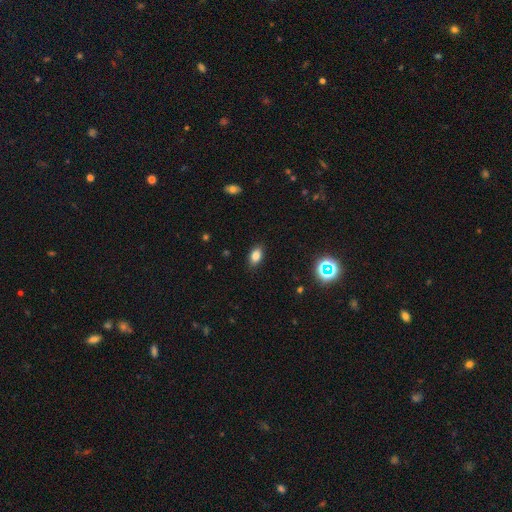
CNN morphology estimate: Overall: smooth (82%). How rounded: in between (86%). Merging: none (87%).